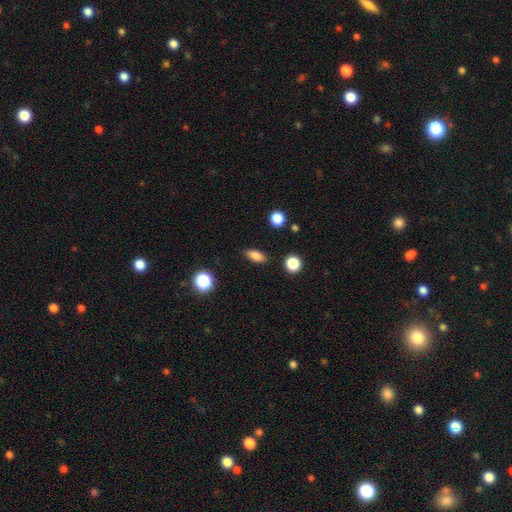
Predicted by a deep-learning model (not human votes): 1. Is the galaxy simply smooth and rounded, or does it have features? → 83% smooth, 10% star or artifact, 7% featured or disk.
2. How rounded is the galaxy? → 79% in between, 13% cigar-shaped, 7% round.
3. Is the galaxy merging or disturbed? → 87% none, 9% minor disturbance, 2% major disturbance, 2% merger.